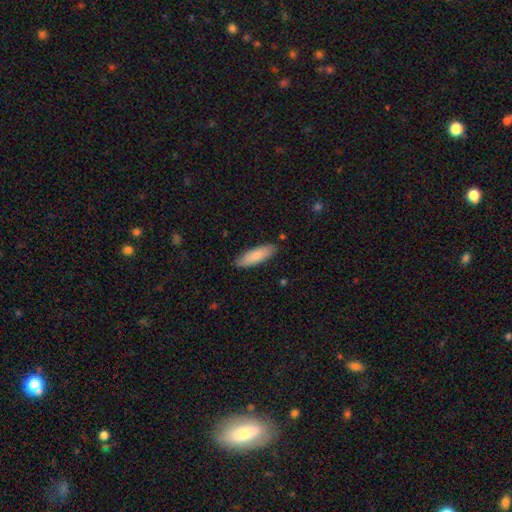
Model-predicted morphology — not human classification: This is clearly a smooth galaxy (84%). How rounded: possibly cigar-shaped (51%). Merging: clearly none (86%).